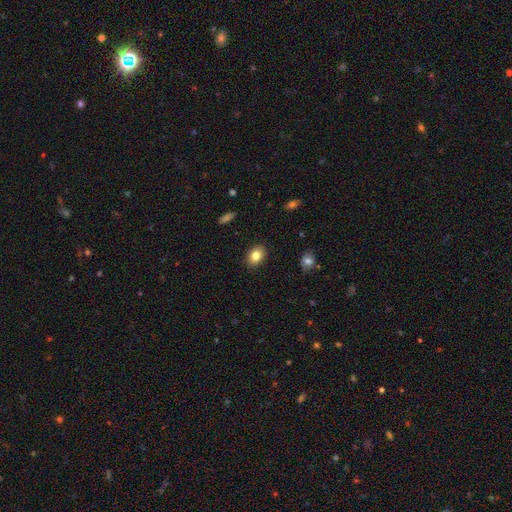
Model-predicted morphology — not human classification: Q: Smooth or featured?
A: smooth (82%); runner-up: featured or disk (9%)
Q: How rounded?
A: in between (77%); runner-up: round (22%)
Q: Merging?
A: none (89%); runner-up: minor disturbance (8%)